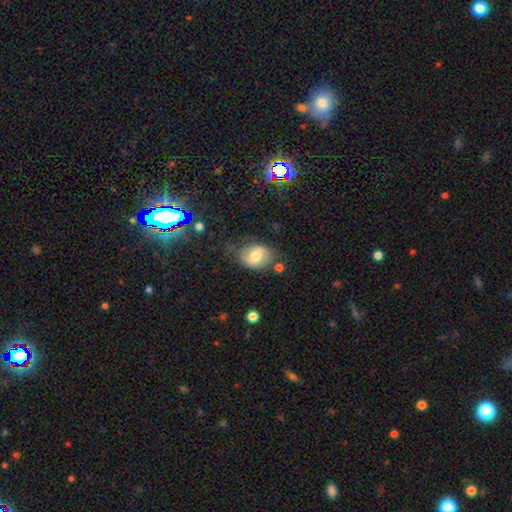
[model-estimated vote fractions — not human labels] Q: Smooth or featured?
A: smooth (62%); runner-up: featured or disk (29%)
Q: How rounded?
A: in between (66%); runner-up: round (33%)
Q: Merging?
A: none (59%); runner-up: minor disturbance (25%)